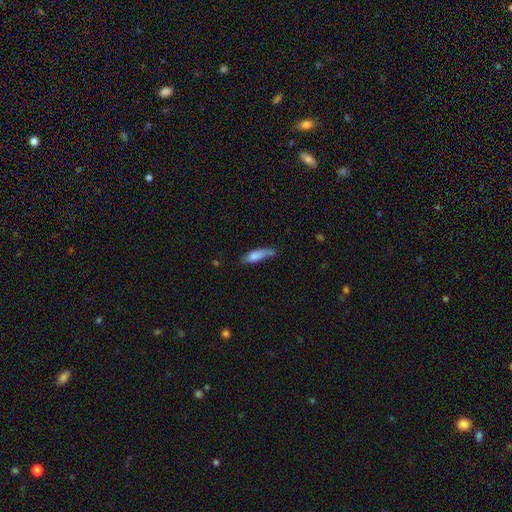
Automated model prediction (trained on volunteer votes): This appears to be a smooth galaxy with no disk features (77%) that is cigar-shaped (57%). Merging: none (49%).